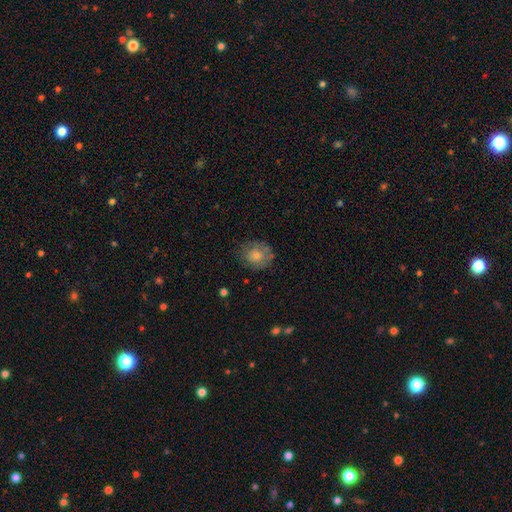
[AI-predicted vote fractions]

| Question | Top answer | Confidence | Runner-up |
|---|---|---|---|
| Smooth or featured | smooth | 62% | featured or disk (27%) |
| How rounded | round | 75% | in between (24%) |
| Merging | none | 73% | minor disturbance (19%) |